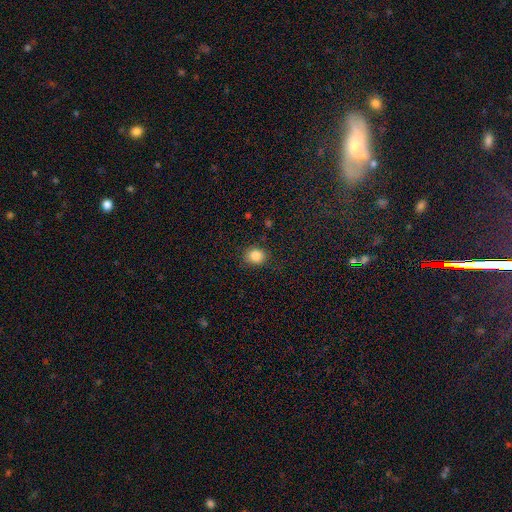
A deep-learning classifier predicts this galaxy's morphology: This appears to be a smooth galaxy with no disk features (85%) that is round (74%). Merging: none (86%).